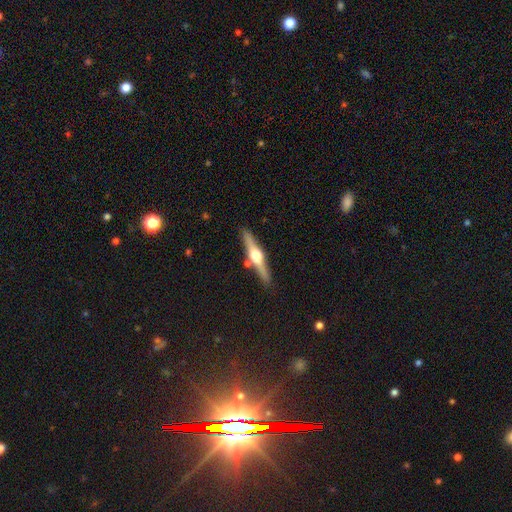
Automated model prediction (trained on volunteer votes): This is likely a featured or disk galaxy (74%). It is clearly viewed edge-on (97%). Edge-on bulge: clearly rounded (96%). Merging: clearly none (85%).